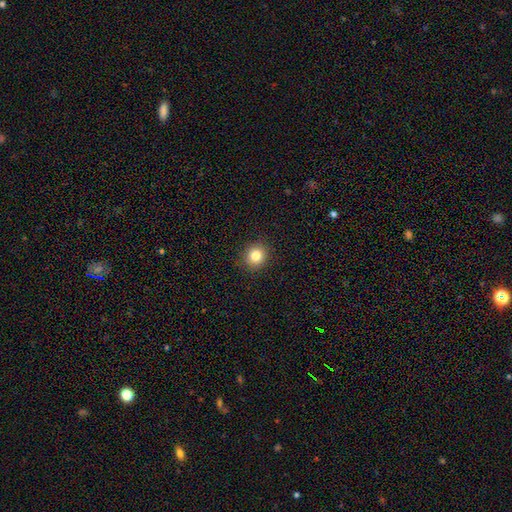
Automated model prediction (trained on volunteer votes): Overall: smooth (83%). How rounded: round (88%). Merging: none (91%).